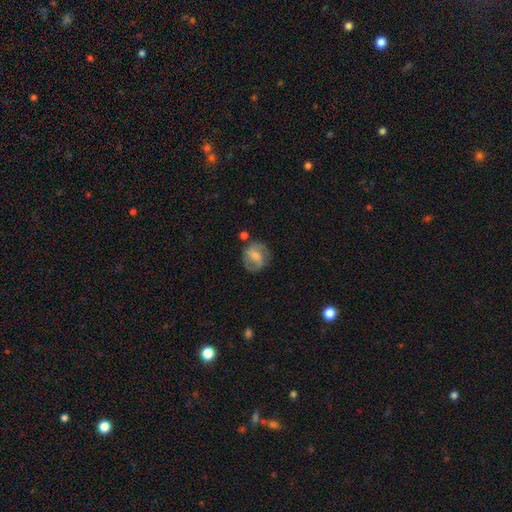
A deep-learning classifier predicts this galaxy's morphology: This appears to be a featured or disk galaxy (65%) with a weak bar (48%), 2 (77%) medium (48%) spiral arms (84%) and a moderate central bulge (41%). Merging: none (69%).